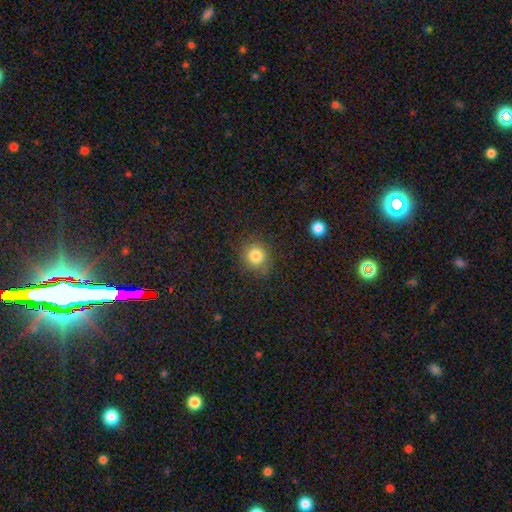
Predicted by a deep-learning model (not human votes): smooth_or_featured: smooth (p=0.81) [alt: star or artifact p=0.12]
how_rounded: round (p=0.85) [alt: in between p=0.14]
merging: none (p=0.82) [alt: minor disturbance p=0.13]